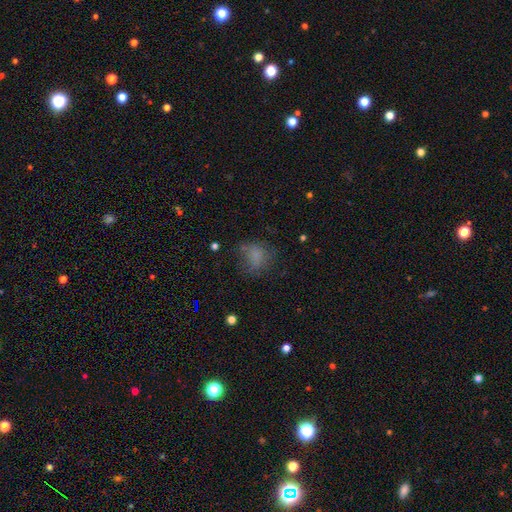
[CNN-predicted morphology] type=smooth (69%); roundness=round (53%); merging=none (48%).